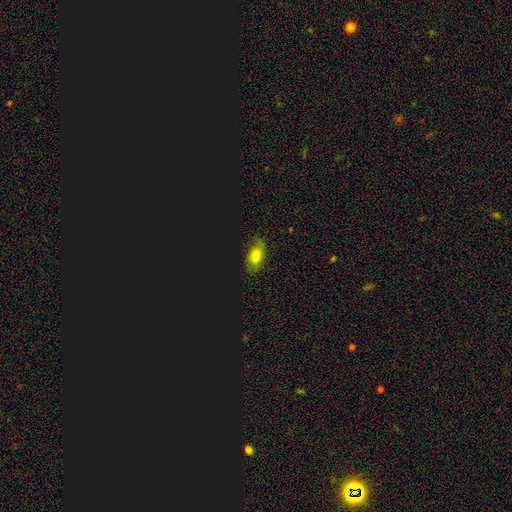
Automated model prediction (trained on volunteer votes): Smooth or featured?
  - smooth: 63% *
  - star or artifact: 23%
  - featured or disk: 14%
How rounded?
  - in between: 87% *
  - round: 7%
  - cigar-shaped: 6%
Merging?
  - none: 77% *
  - minor disturbance: 17%
  - major disturbance: 4%
  - merger: 2%